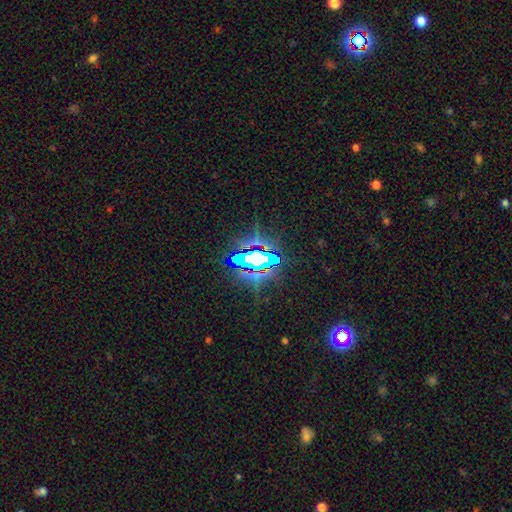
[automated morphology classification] smooth_or_featured: star or artifact (p=0.70) [alt: featured or disk p=0.15]